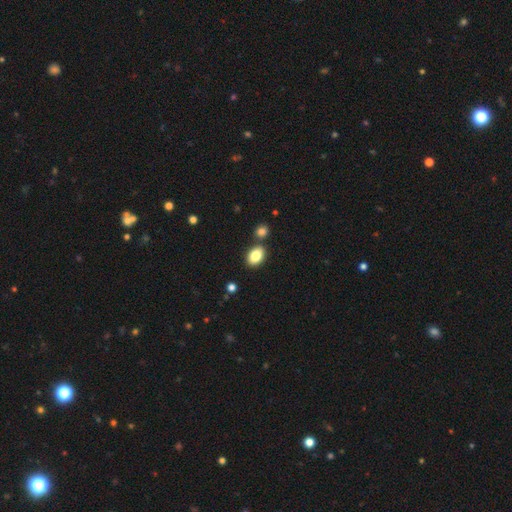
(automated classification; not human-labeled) Overall: smooth (85%). How rounded: in between (84%). Merging: none (75%).